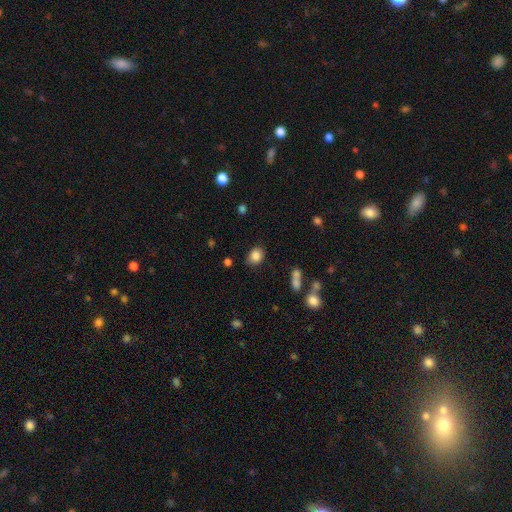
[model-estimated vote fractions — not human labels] Overall: smooth (85%). How rounded: round (51%; in between 48%). Merging: none (79%).